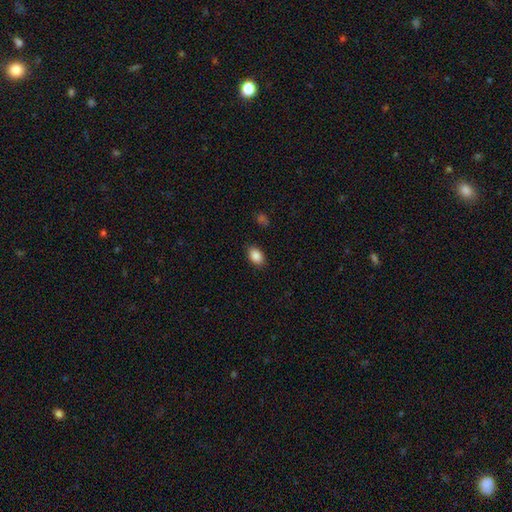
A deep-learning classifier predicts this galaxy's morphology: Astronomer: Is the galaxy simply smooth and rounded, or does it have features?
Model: smooth — 88%.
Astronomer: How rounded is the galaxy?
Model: in between — 85%.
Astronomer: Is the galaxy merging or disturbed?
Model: none — 86%.